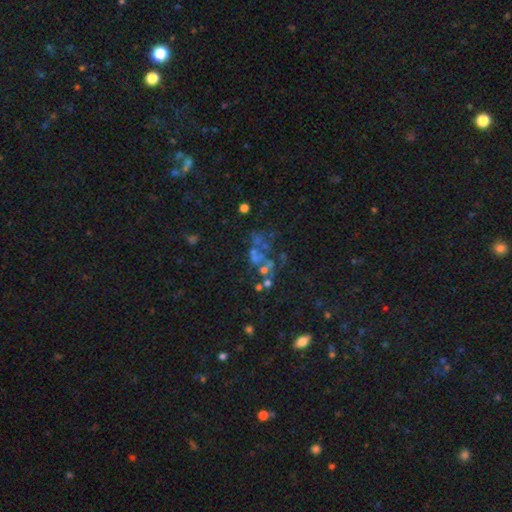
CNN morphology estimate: type=star or artifact (38%).